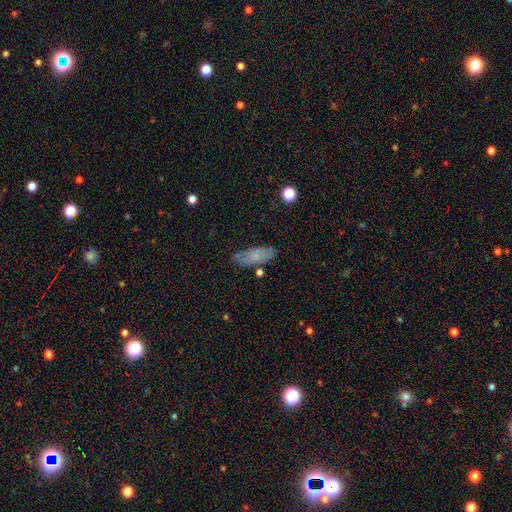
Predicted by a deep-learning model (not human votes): Smooth or featured? Predicted: smooth (p=0.72). How rounded? Predicted: in between (p=0.71). Merging? Predicted: none (p=0.73).